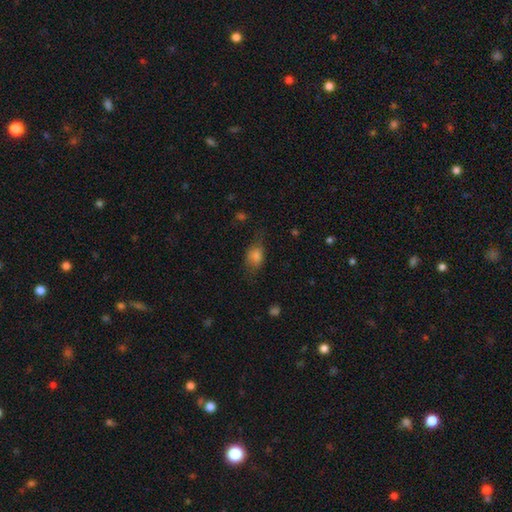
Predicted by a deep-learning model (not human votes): This appears to be a smooth galaxy with no disk features (75%) that is in between round and cigar-shaped (79%). Merging: none (57%).